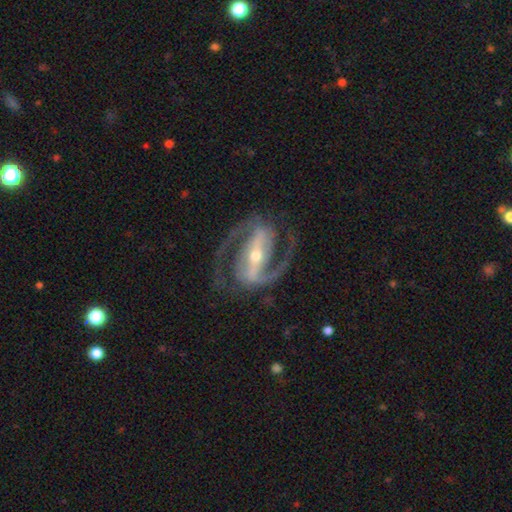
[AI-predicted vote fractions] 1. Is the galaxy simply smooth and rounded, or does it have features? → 93% featured or disk, 4% star or artifact, 3% smooth.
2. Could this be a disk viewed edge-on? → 97% no, 3% yes.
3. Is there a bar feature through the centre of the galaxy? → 74% strong, 18% weak, 7% no.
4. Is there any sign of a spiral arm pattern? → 98% yes, 2% no.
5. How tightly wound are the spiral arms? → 61% medium, 25% tight, 14% loose.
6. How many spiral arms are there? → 94% 2, 2% can't tell, 1% 3, 1% 1, 1% 4, 1% more than 4.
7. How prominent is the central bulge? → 50% small, 45% moderate, 2% large, 1% none, 1% dominant.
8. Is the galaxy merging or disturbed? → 81% none, 11% minor disturbance, 7% major disturbance, 1% merger.